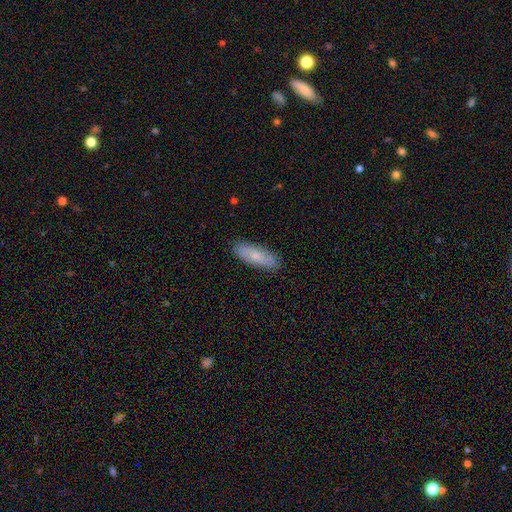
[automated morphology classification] The model was most divided on "how rounded": in between: 60%, cigar-shaped: 38%, round: 2%. More confident: merging — none (87%); smooth or featured — smooth (69%).